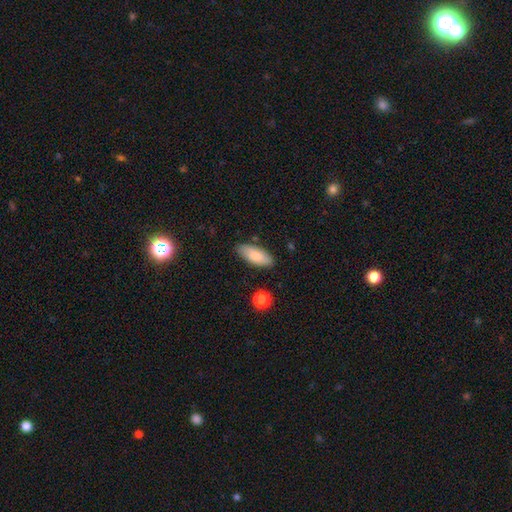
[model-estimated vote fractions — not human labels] The model was most divided on "how rounded": in between: 83%, cigar-shaped: 15%, round: 2%. More confident: merging — none (83%); smooth or featured — smooth (82%).